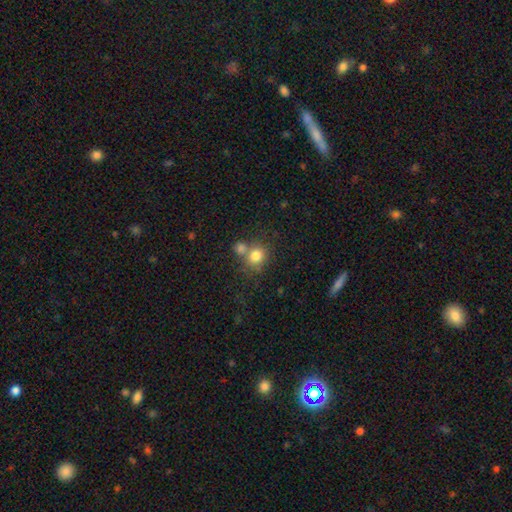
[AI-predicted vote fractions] smooth 79%, star or artifact 12%, featured or disk 9%. Down the decision tree: how rounded — round (80%); merging — none (53%).